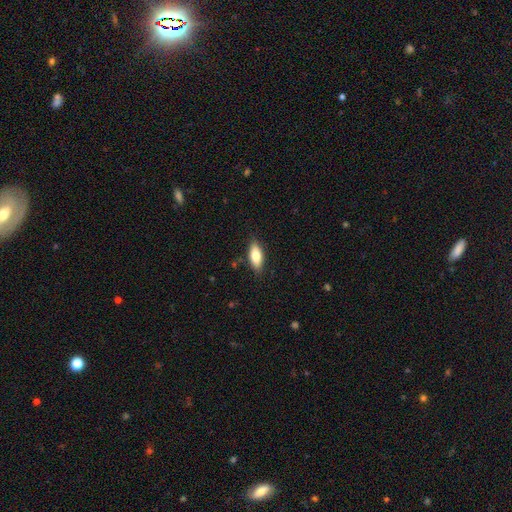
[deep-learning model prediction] A smooth galaxy with no disk features (79%) that is in between round and cigar-shaped (79%). Merging: none (86%).